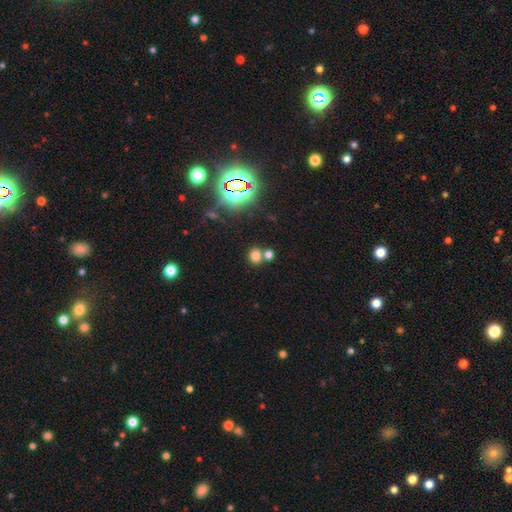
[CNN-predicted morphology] This appears to be a smooth galaxy with no disk features (69%) that is round (73%). Merging: none (60%).